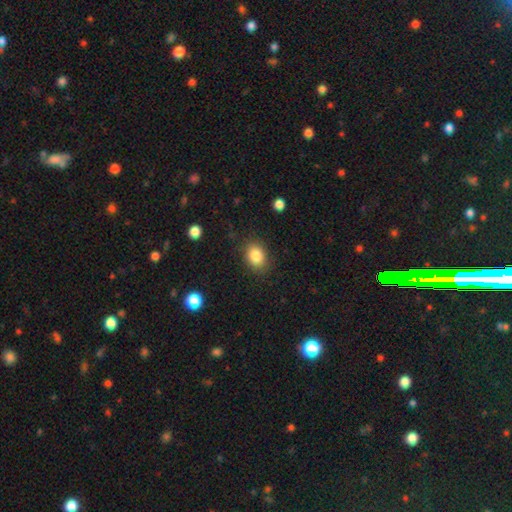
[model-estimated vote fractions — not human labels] Smooth or featured? smooth (85%)
How rounded? in between (61%)
Merging? none (85%)